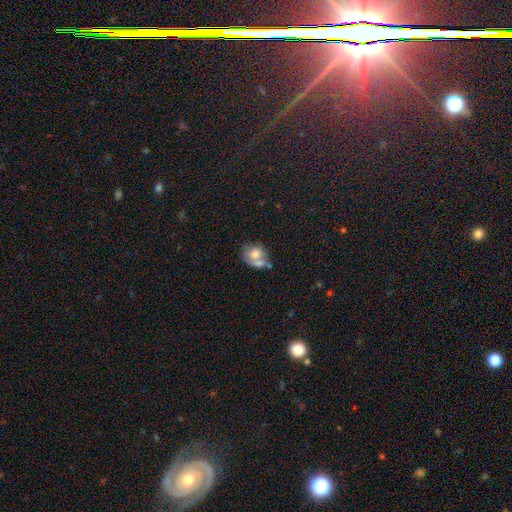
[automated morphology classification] smooth-or-featured: smooth: 64% | featured or disk: 27% | star or artifact: 9%
  how-rounded: in between: 52% | round: 46% | cigar-shaped: 1%
  merging: merger: 48% | none: 27% | minor disturbance: 15% | major disturbance: 10%